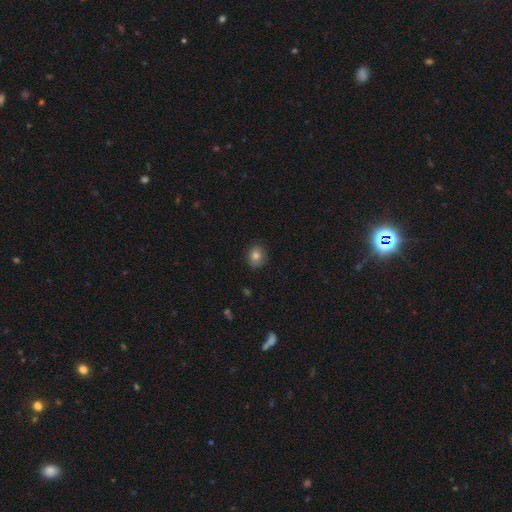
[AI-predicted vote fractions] This is clearly a smooth galaxy (81%). How rounded: likely round (71%). Merging: clearly none (86%).